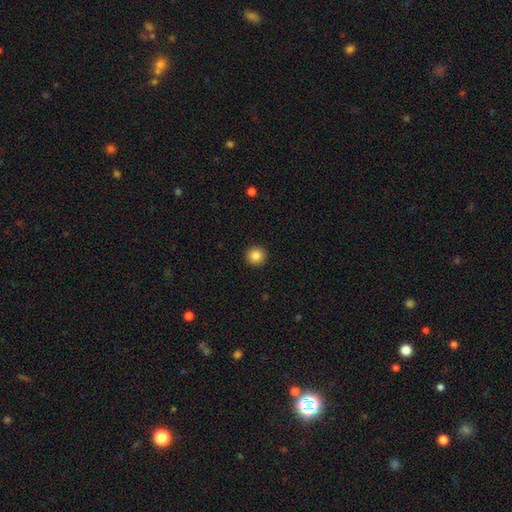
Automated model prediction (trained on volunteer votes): Q: Smooth or featured?
A: smooth (85%); runner-up: star or artifact (10%)
Q: How rounded?
A: round (95%); runner-up: in between (4%)
Q: Merging?
A: none (93%); runner-up: minor disturbance (5%)